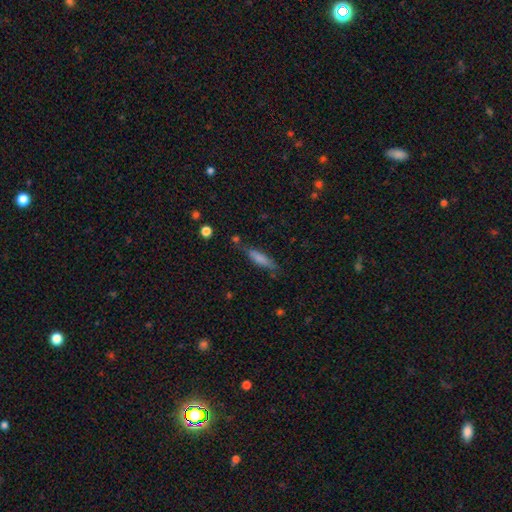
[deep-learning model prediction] Smooth or featured? smooth (64%)
How rounded? cigar-shaped (82%)
Merging? none (77%)